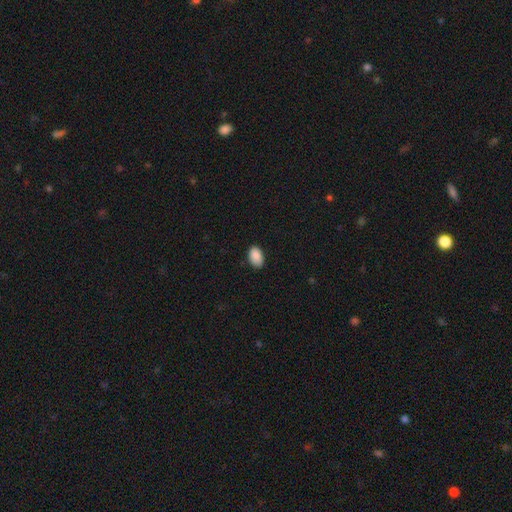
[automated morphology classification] This is clearly a smooth galaxy (89%). How rounded: clearly in between (91%). Merging: clearly none (82%).